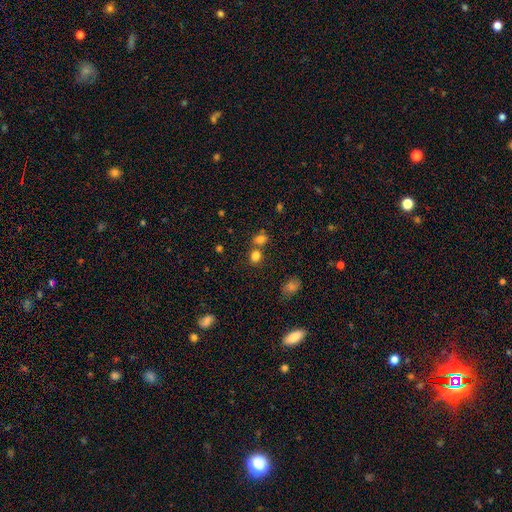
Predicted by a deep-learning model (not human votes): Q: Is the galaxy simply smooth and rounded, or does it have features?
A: smooth — 80%.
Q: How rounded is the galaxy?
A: round — 58%.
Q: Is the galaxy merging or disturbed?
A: none — 56%.